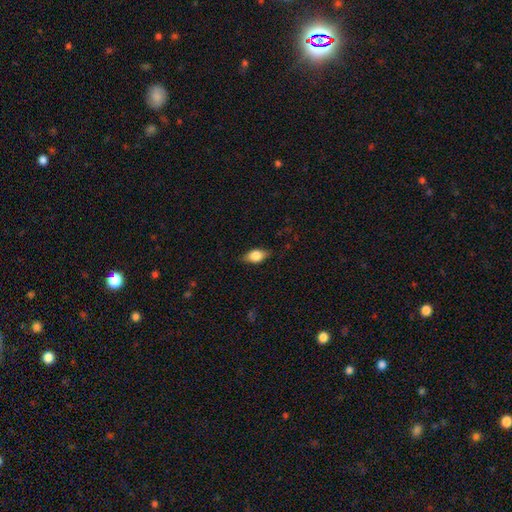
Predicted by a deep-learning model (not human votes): smooth_or_featured: smooth (p=0.72) [alt: featured or disk p=0.20]
how_rounded: in between (p=0.84) [alt: round p=0.10]
merging: none (p=0.81) [alt: minor disturbance p=0.15]